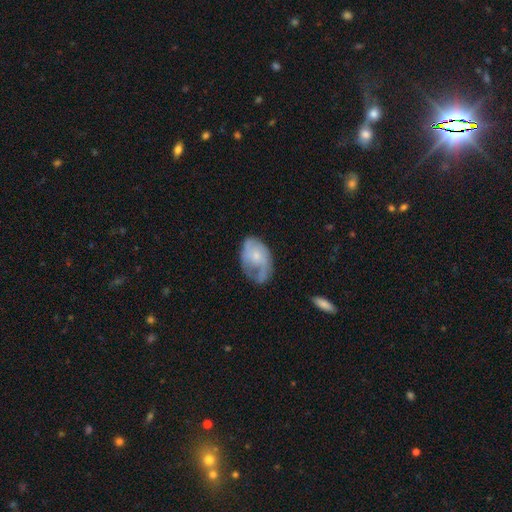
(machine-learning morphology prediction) smooth_or_featured: featured or disk (p=0.54) [alt: smooth p=0.40]
disk_edge_on: no (p=0.96) [alt: yes p=0.04]
bar: no (p=0.76) [alt: weak p=0.21]
has_spiral_arms: yes (p=0.71) [alt: no p=0.29]
bulge_size: small (p=0.52) [alt: moderate p=0.33]
merging: none (p=0.40) [alt: minor disturbance p=0.33]